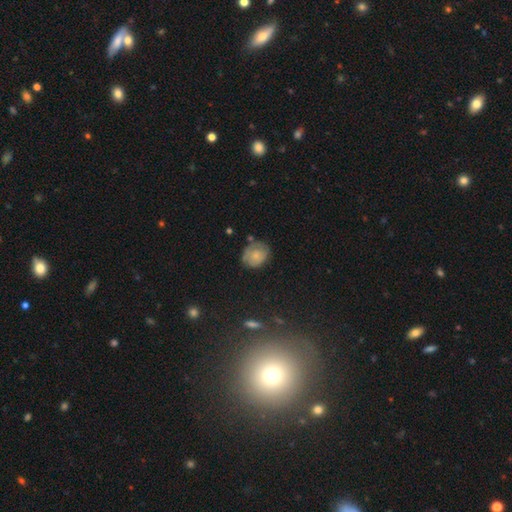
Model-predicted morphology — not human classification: Smooth or featured? Predicted: smooth (p=0.64). How rounded? Predicted: round (p=0.58). Merging? Predicted: none (p=0.61).